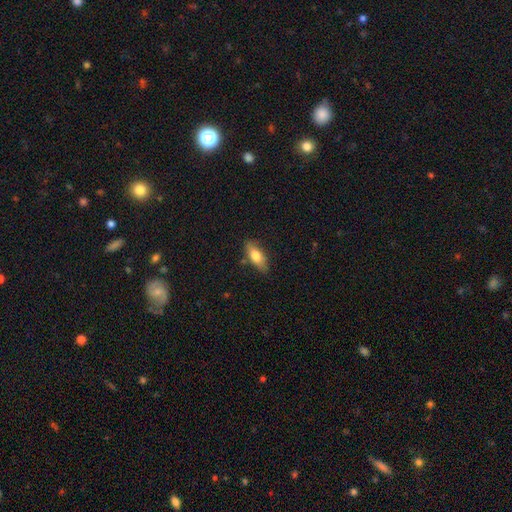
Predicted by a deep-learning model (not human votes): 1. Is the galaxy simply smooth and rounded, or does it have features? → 74% smooth, 19% featured or disk, 7% star or artifact.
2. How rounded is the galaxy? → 81% in between, 16% cigar-shaped, 3% round.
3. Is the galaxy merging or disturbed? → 79% none, 16% minor disturbance, 3% major disturbance, 2% merger.